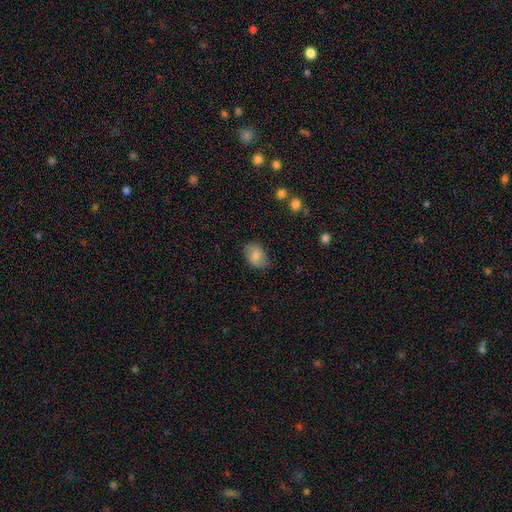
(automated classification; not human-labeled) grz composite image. It shows a smooth galaxy with no disk features (77%) that is in between round and cigar-shaped (81%). Merging: none (76%).